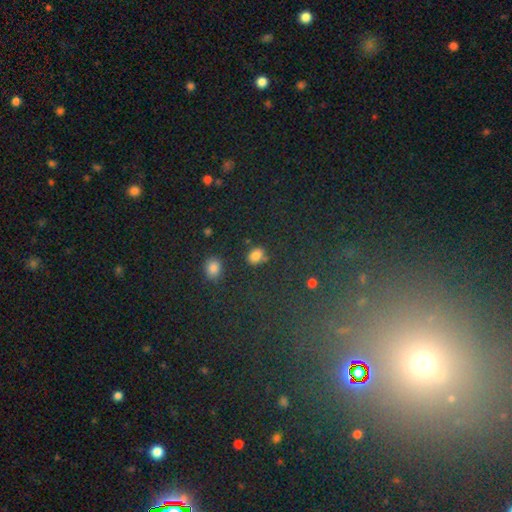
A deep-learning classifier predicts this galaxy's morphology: This is likely a smooth galaxy (79%). How rounded: likely in between (67%). Merging: likely none (77%).